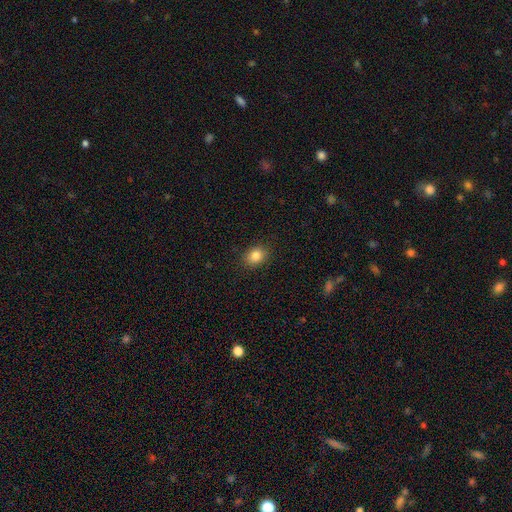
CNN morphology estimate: Smooth or featured? smooth (84%)
How rounded? in between (56%)
Merging? none (89%)